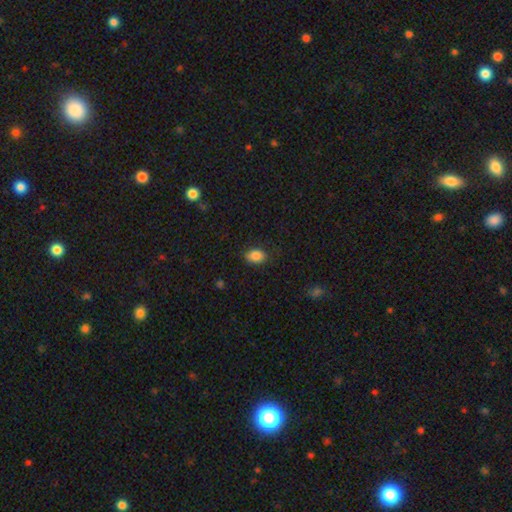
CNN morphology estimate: type=smooth (85%); roundness=in between (70%); merging=none (79%).